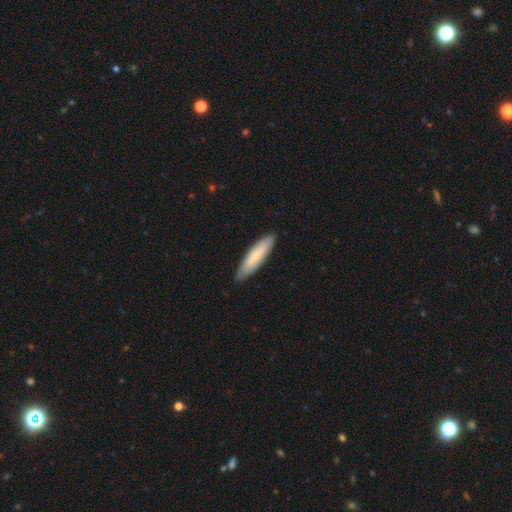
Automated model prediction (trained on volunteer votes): Smooth or featured? Predicted: smooth (p=0.73). How rounded? Predicted: cigar-shaped (p=0.75). Merging? Predicted: none (p=0.87).